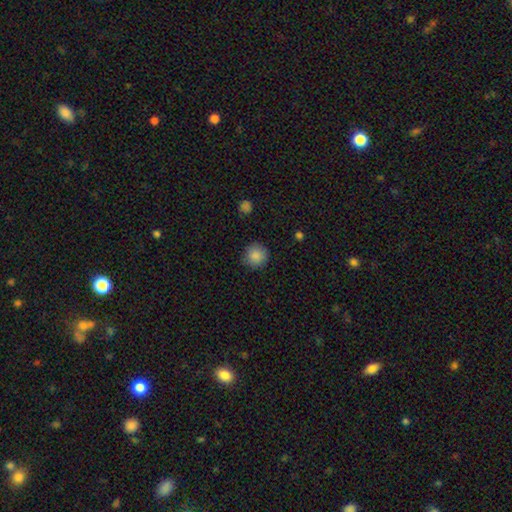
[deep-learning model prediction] smooth-or-featured: smooth: 86% | star or artifact: 9% | featured or disk: 4%
  how-rounded: round: 94% | in between: 5% | cigar-shaped: 1%
  merging: none: 88% | minor disturbance: 8% | major disturbance: 2% | merger: 1%